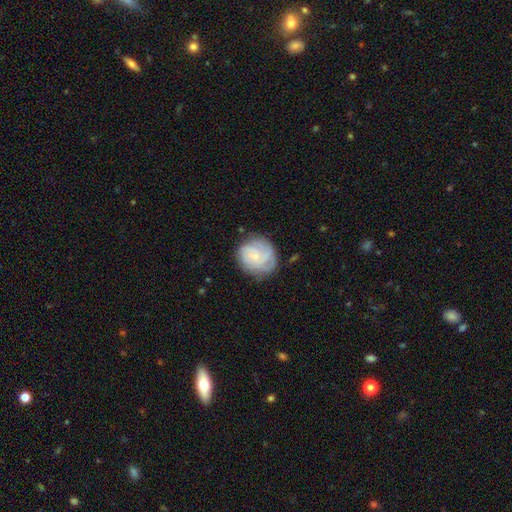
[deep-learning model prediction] This appears to be a featured or disk galaxy (65%) with no bar (75%), tight (64%) spiral arms (91%) and a small central bulge (71%). Merging: none (73%).